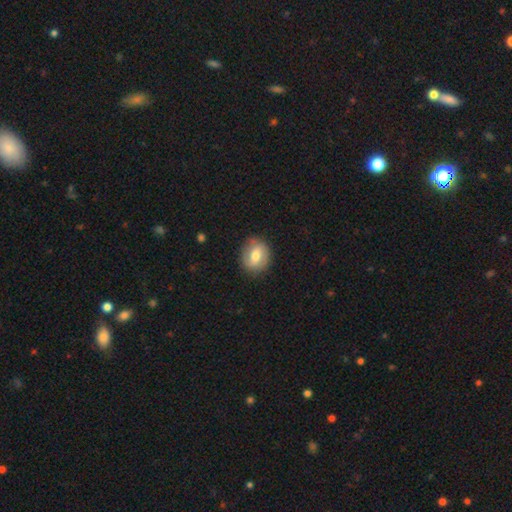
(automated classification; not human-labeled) This appears to be a smooth galaxy with no disk features (65%) that is round (66%). Merging: none (85%).